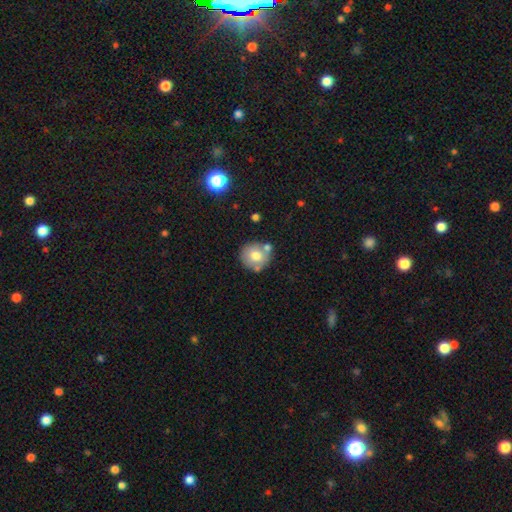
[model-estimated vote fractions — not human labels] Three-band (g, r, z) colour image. It shows a smooth galaxy with no disk features (72%) that is round (91%). Merging: none (68%).